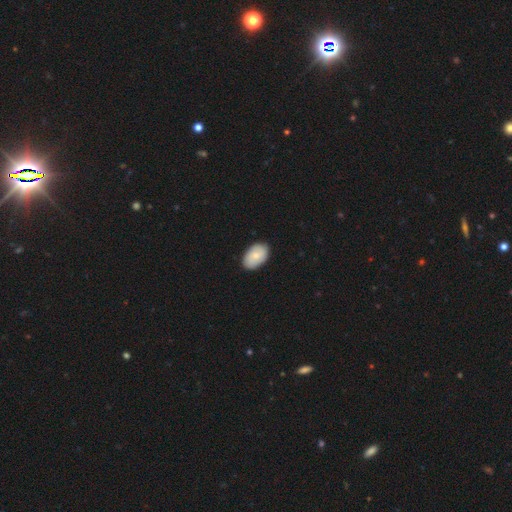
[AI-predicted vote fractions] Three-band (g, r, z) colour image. It shows a smooth galaxy with no disk features (78%) that is in between round and cigar-shaped (92%). Merging: none (87%).